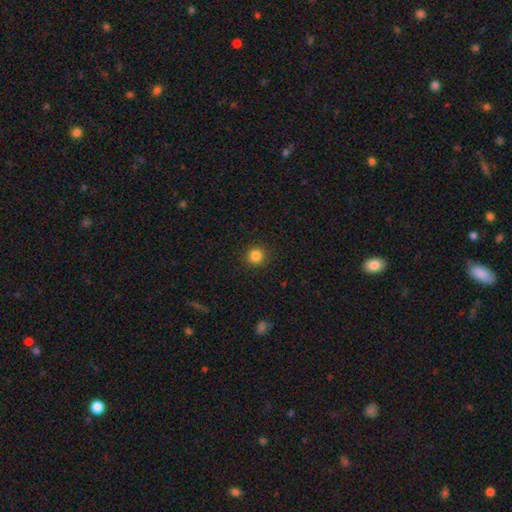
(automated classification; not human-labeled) A smooth galaxy with no disk features (84%) that is round (93%).

Vote fractions:
- Smooth or featured? smooth: 84% / star or artifact: 12% / featured or disk: 4%
- How rounded? round: 93% / in between: 6% / cigar-shaped: 1%
- Merging? none: 91% / minor disturbance: 6% / major disturbance: 2% / merger: 1%